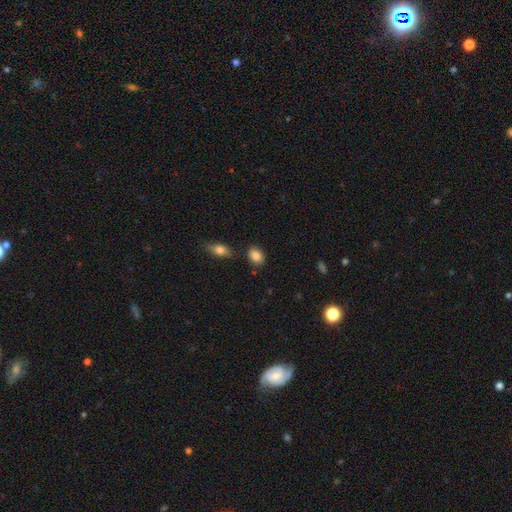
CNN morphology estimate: A smooth galaxy with no disk features (86%) that is in between round and cigar-shaped (73%). Merging: none (81%).